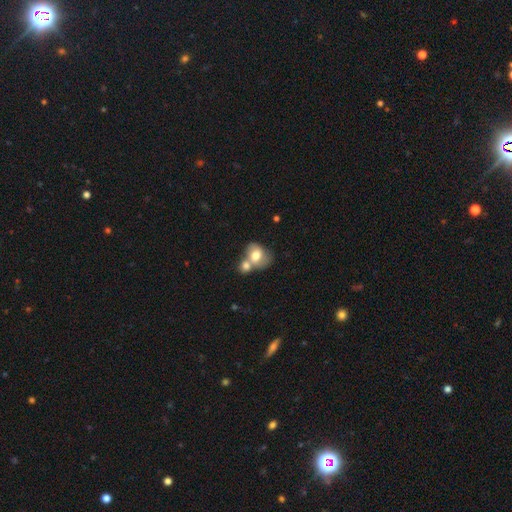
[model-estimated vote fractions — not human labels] Smooth or featured? Predicted: smooth (p=0.69). How rounded? Predicted: in between (p=0.51). Merging? Predicted: merger (p=0.64).